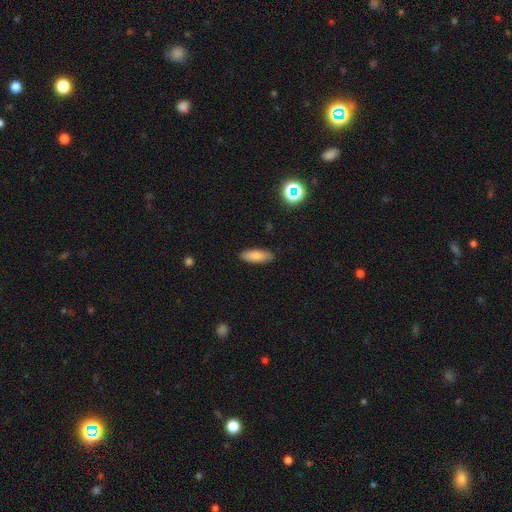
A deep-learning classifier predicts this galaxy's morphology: smooth 80%, featured or disk 12%, star or artifact 8%. Down the decision tree: how rounded — in between (63%); merging — none (88%).